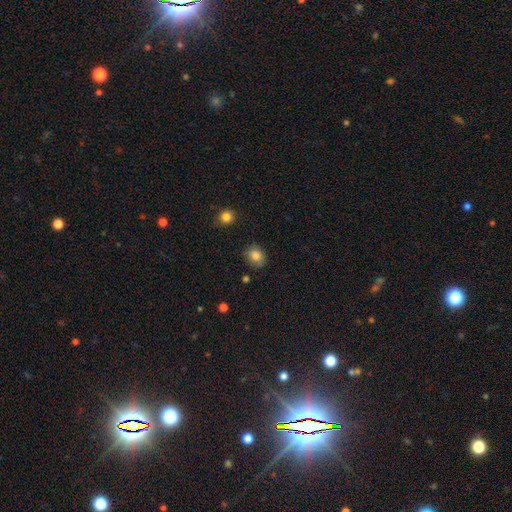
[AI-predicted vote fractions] A smooth galaxy with no disk features (84%) that is round (60%). Merging: none (80%).